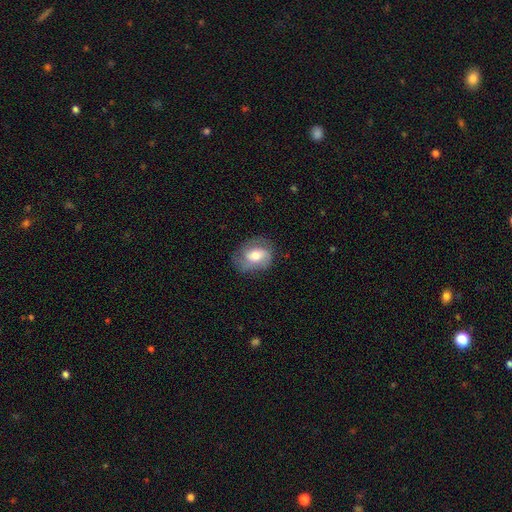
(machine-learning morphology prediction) A featured or disk galaxy (52%). Merging: none (68%).